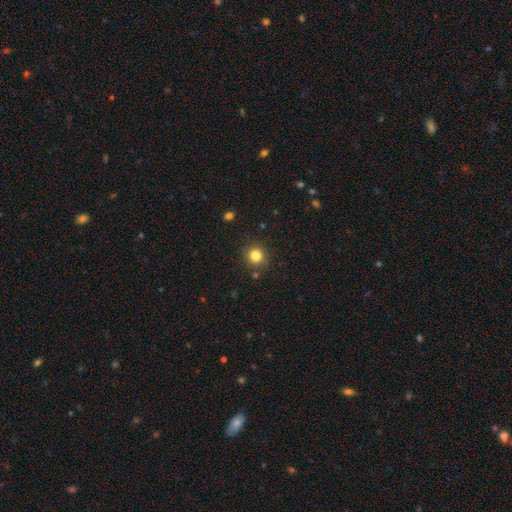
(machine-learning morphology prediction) smooth-or-featured: smooth: 82% | star or artifact: 12% | featured or disk: 5%
  how-rounded: round: 91% | in between: 8% | cigar-shaped: 1%
  merging: none: 87% | minor disturbance: 8% | merger: 3% | major disturbance: 3%